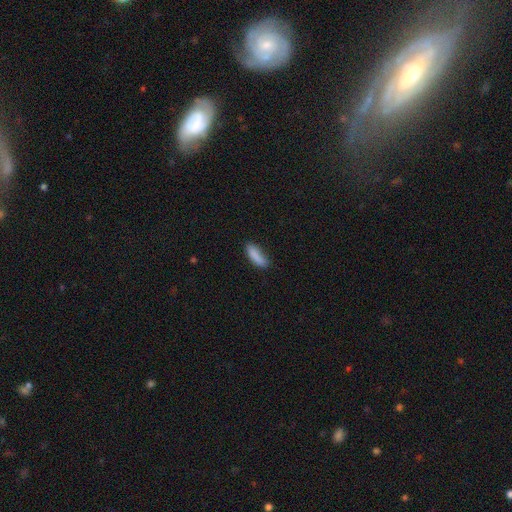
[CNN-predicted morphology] Smooth or featured? Predicted: smooth (p=0.87). How rounded? Predicted: cigar-shaped (p=0.49, tied with in between). Merging? Predicted: none (p=0.70).